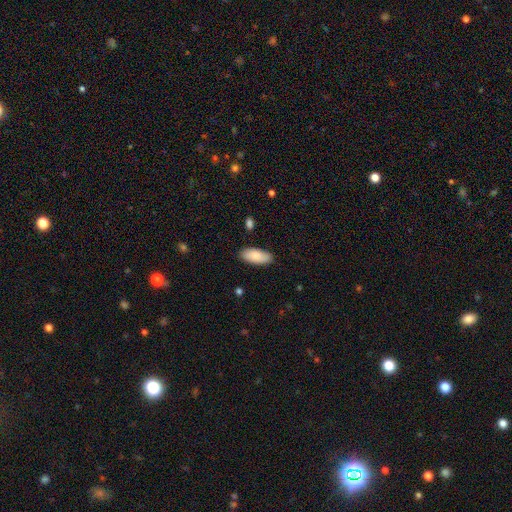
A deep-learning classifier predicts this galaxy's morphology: type=smooth (83%); roundness=in between (89%); merging=none (86%).